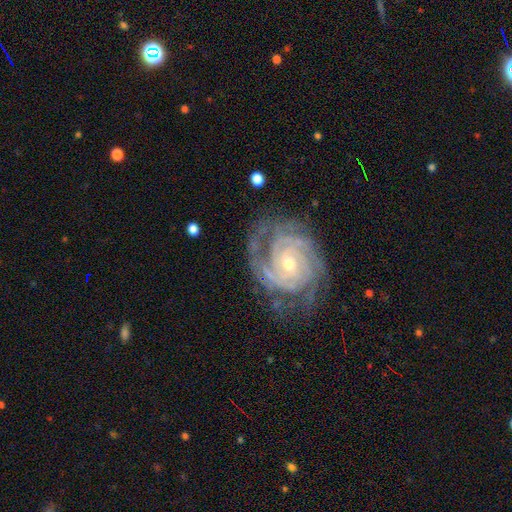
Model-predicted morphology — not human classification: Q: Smooth or featured?
A: featured or disk (82%); runner-up: star or artifact (11%)
Q: Edge-on disk?
A: no (97%); runner-up: yes (3%)
Q: Bar?
A: no (69%); runner-up: weak (23%)
Q: Spiral arms?
A: yes (97%); runner-up: no (3%)
Q: Spiral winding?
A: tight (70%); runner-up: medium (25%)
Q: Spiral arm count?
A: 2 (27%); runner-up: 3 (25%)
Q: Bulge size?
A: small (63%); runner-up: moderate (33%)
Q: Merging?
A: none (73%); runner-up: minor disturbance (17%)